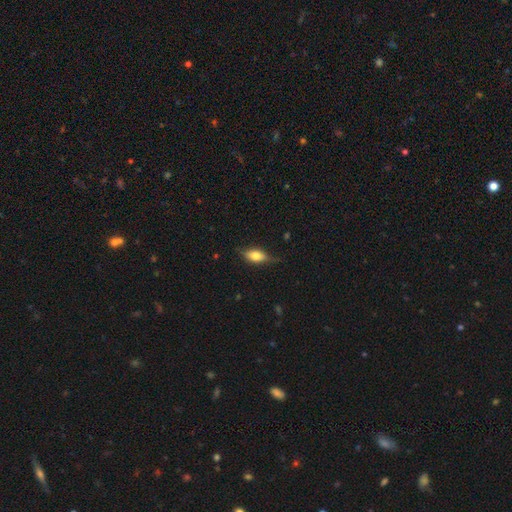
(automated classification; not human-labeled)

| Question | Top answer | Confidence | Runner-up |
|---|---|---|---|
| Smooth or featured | smooth | 63% | featured or disk (30%) |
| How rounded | in between | 78% | cigar-shaped (17%) |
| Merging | none | 70% | minor disturbance (23%) |